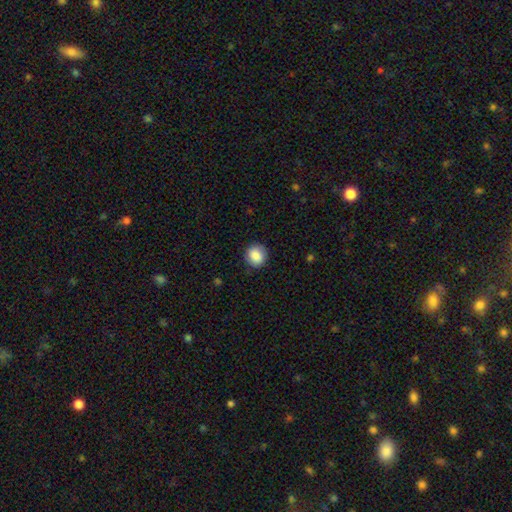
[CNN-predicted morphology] This appears to be a smooth galaxy with no disk features (87%) that is round (86%). Merging: none (87%).